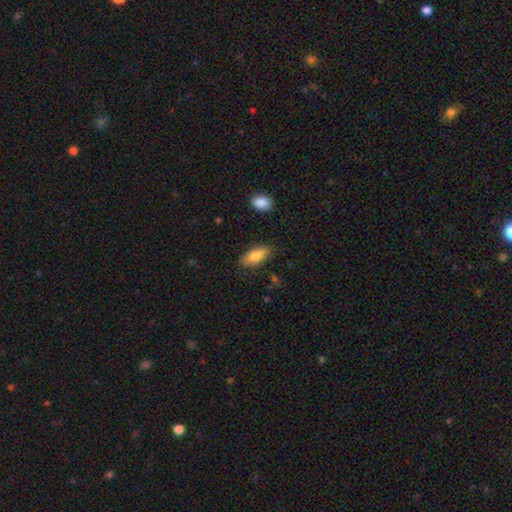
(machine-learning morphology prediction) Smooth or featured? smooth (81%)
How rounded? in between (83%)
Merging? none (83%)